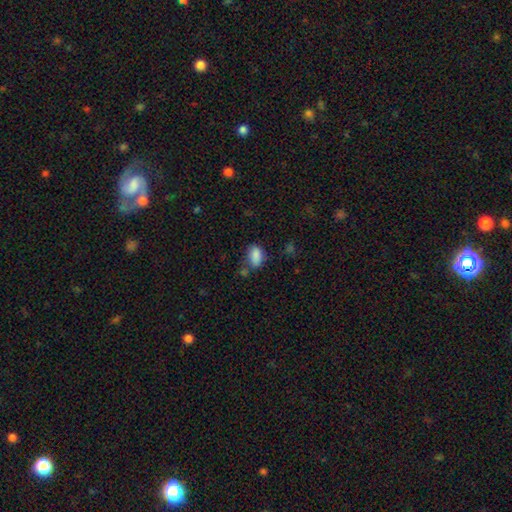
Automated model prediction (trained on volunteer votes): Q: Smooth or featured?
A: smooth (84%); runner-up: star or artifact (9%)
Q: How rounded?
A: in between (87%); runner-up: round (10%)
Q: Merging?
A: none (57%); runner-up: minor disturbance (24%)